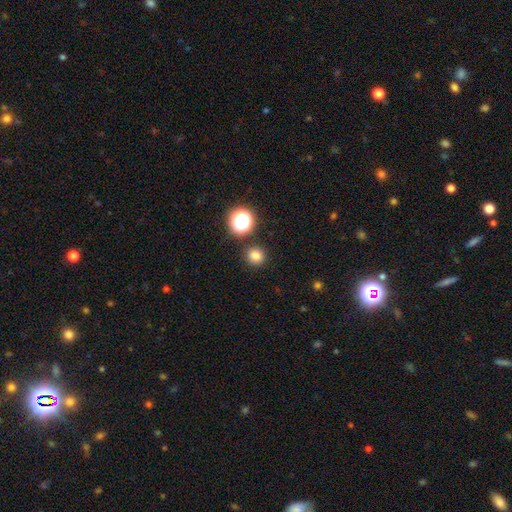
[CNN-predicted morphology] A smooth galaxy with no disk features (79%) that is round (91%).

Vote fractions:
- Smooth or featured? smooth: 79% / star or artifact: 16% / featured or disk: 5%
- How rounded? round: 91% / in between: 8% / cigar-shaped: 1%
- Merging? none: 88% / minor disturbance: 6% / merger: 4% / major disturbance: 2%